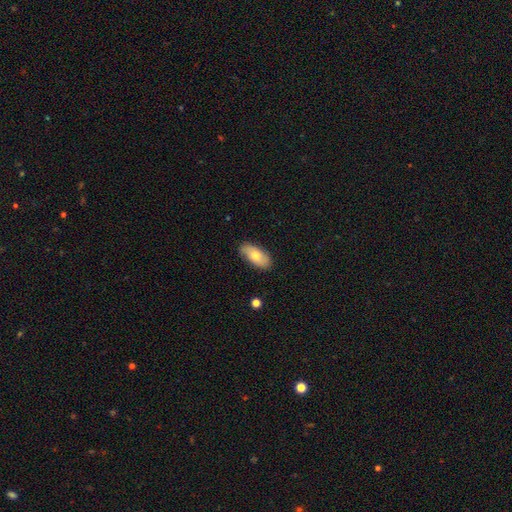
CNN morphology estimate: Q: Smooth or featured?
A: smooth (69%); runner-up: featured or disk (25%)
Q: How rounded?
A: in between (91%); runner-up: cigar-shaped (6%)
Q: Merging?
A: none (83%); runner-up: minor disturbance (13%)